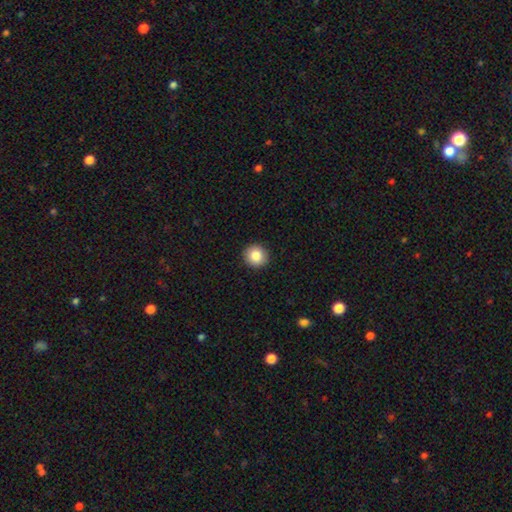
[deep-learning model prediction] This is clearly a smooth galaxy (85%). How rounded: clearly round (92%). Merging: clearly none (93%).